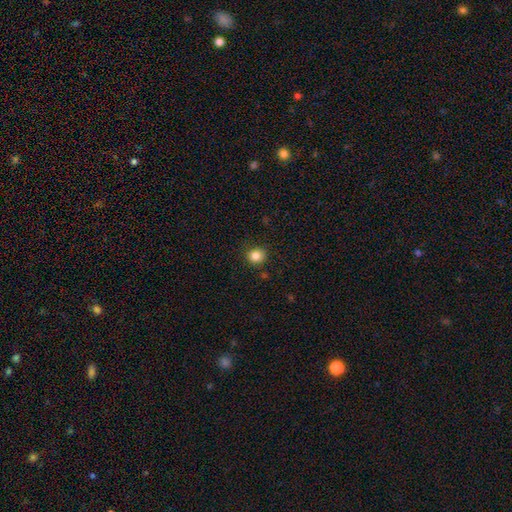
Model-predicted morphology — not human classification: The model was most divided on "how rounded": round: 84%, in between: 15%, cigar-shaped: 1%. More confident: merging — none (87%); smooth or featured — smooth (84%).